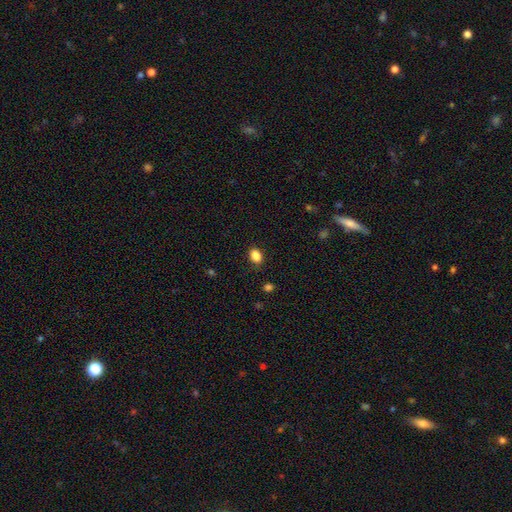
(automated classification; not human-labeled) Q: Smooth or featured?
A: smooth (86%); runner-up: star or artifact (10%)
Q: How rounded?
A: in between (71%); runner-up: round (28%)
Q: Merging?
A: none (85%); runner-up: minor disturbance (11%)